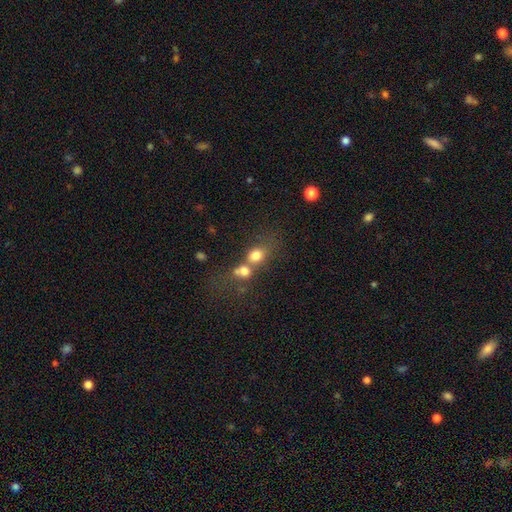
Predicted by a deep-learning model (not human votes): Smooth or featured? Predicted: smooth (p=0.74). How rounded? Predicted: round (p=0.64). Merging? Predicted: merger (p=0.58).